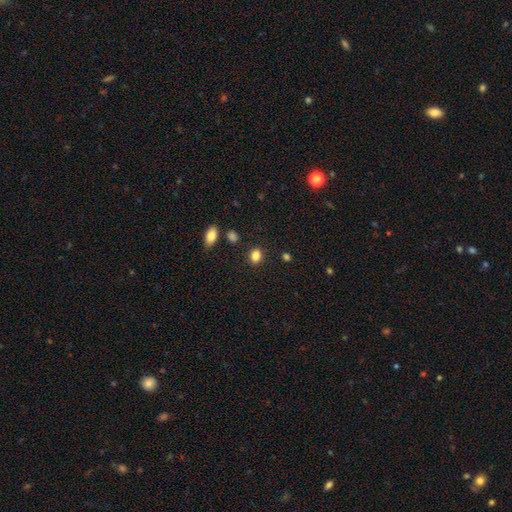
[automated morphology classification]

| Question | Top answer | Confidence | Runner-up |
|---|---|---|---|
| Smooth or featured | smooth | 85% | star or artifact (10%) |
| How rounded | in between | 50% | round (49%) |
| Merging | none | 87% | minor disturbance (8%) |